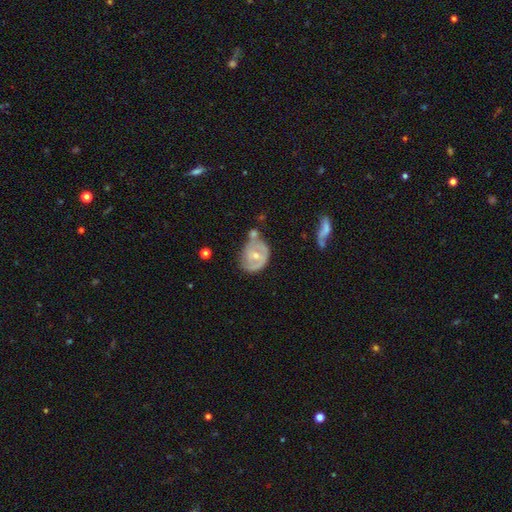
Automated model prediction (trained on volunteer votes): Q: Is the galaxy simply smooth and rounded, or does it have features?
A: featured or disk — 63%.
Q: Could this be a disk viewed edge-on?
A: no — 96%.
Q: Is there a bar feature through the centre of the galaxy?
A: no — 47%.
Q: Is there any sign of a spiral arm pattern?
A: yes — 64%.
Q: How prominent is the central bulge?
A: moderate — 48%.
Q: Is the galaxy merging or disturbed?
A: none — 37%.